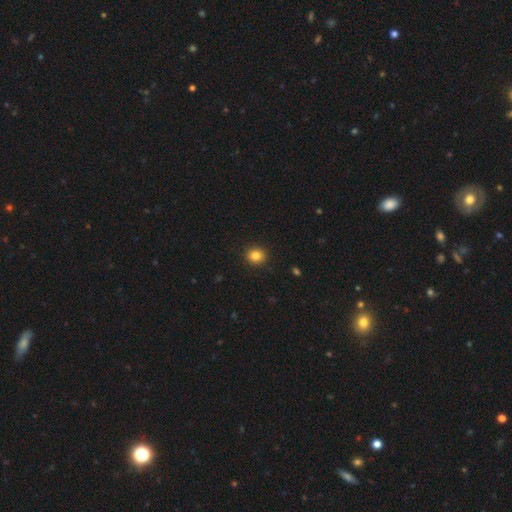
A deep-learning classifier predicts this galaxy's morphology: This is clearly a smooth galaxy (84%). How rounded: clearly round (83%). Merging: clearly none (92%).